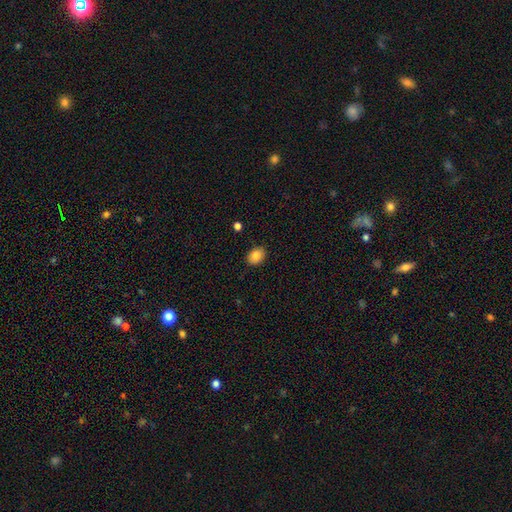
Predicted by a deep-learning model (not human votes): smooth-or-featured: smooth: 84% | star or artifact: 8% | featured or disk: 7%
  how-rounded: in between: 64% | round: 35% | cigar-shaped: 1%
  merging: none: 88% | minor disturbance: 9% | major disturbance: 2% | merger: 1%